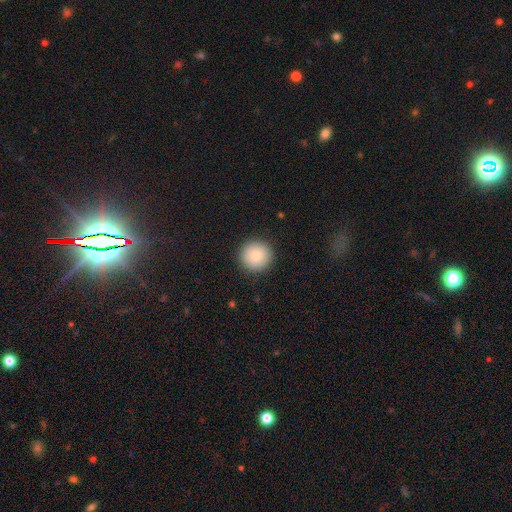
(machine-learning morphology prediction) smooth_or_featured: smooth (p=0.84) [alt: star or artifact p=0.08]
how_rounded: round (p=0.96) [alt: in between p=0.03]
merging: none (p=0.92) [alt: minor disturbance p=0.06]